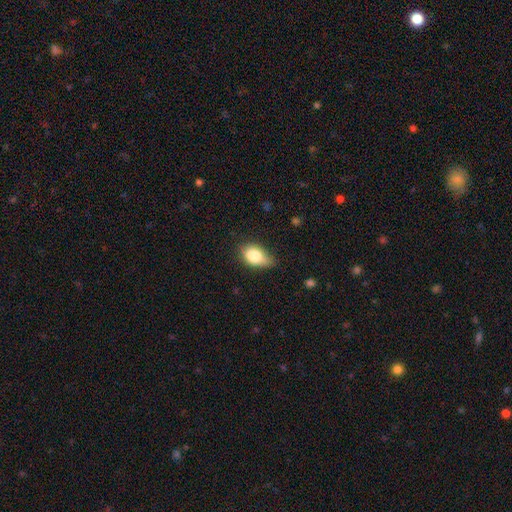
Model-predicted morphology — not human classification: smooth 81%, featured or disk 11%, star or artifact 8%. Down the decision tree: how rounded — in between (87%); merging — minor disturbance (45%).